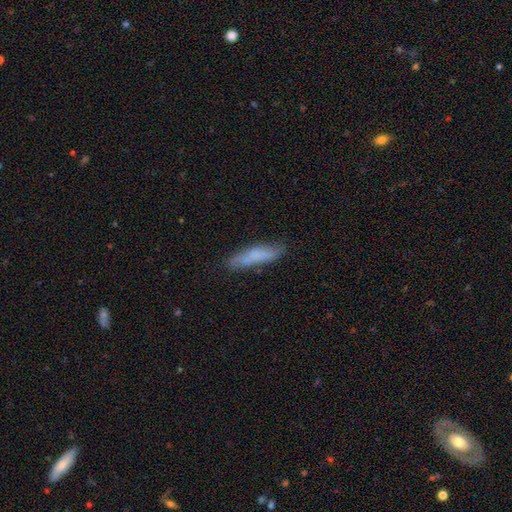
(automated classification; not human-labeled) Overall: smooth (69%). How rounded: cigar-shaped (79%). Merging: none (73%).